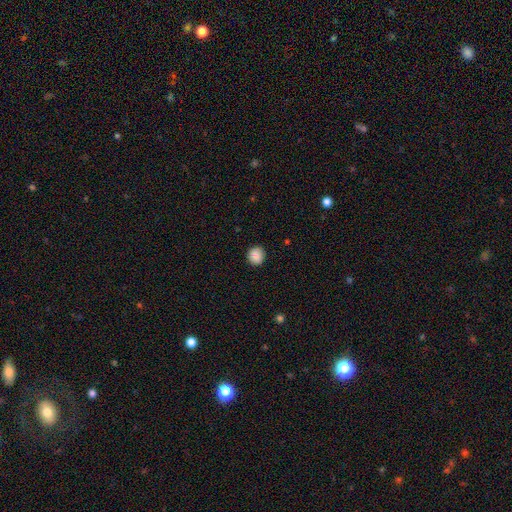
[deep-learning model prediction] smooth-or-featured: smooth: 87% | star or artifact: 9% | featured or disk: 5%
  how-rounded: round: 86% | in between: 13% | cigar-shaped: 1%
  merging: none: 90% | minor disturbance: 7% | major disturbance: 2% | merger: 1%